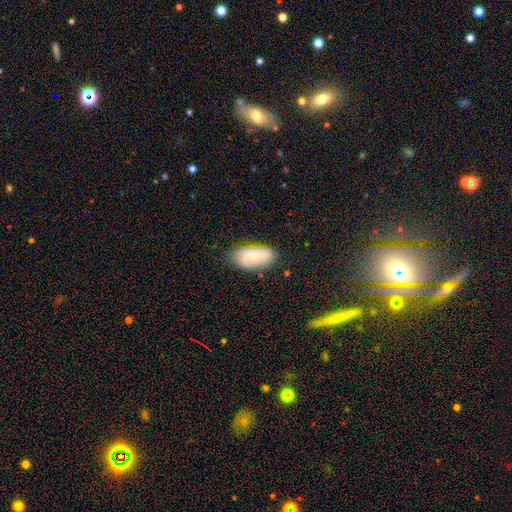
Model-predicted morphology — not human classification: Smooth or featured? Predicted: smooth (p=0.56). How rounded? Predicted: in between (p=0.92). Merging? Predicted: none (p=0.72).